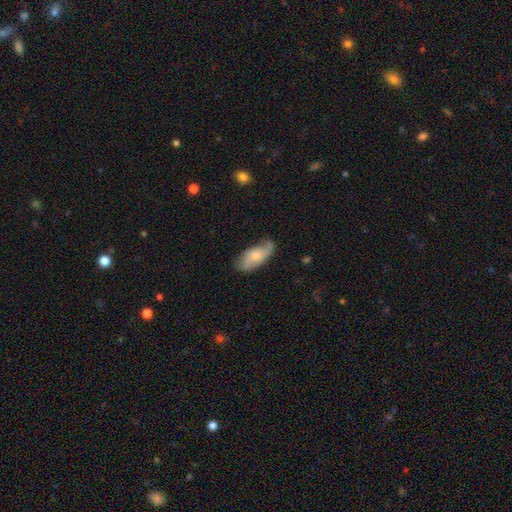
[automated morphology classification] A featured or disk galaxy (57%) with no bar (72%), spiral arms (87%) and a small central bulge (51%).

Vote fractions:
- Smooth or featured? featured or disk: 57% / smooth: 37% / star or artifact: 6%
- Edge-on disk? no: 92% / yes: 8%
- Bar? no: 72% / weak: 24% / strong: 4%
- Spiral arms? yes: 87% / no: 13%
- Bulge size? small: 51% / moderate: 42% / none: 4% / large: 3% / dominant: 1%
- Merging? none: 67% / minor disturbance: 24% / major disturbance: 7% / merger: 2%